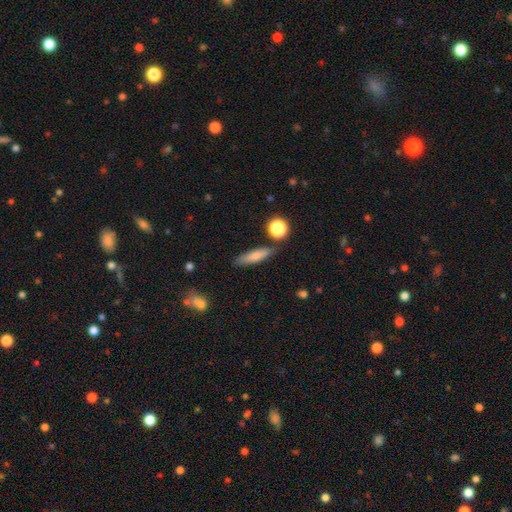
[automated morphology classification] smooth_or_featured: smooth (p=0.76) [alt: featured or disk p=0.16]
how_rounded: cigar-shaped (p=0.70) [alt: in between p=0.26]
merging: none (p=0.81) [alt: minor disturbance p=0.12]